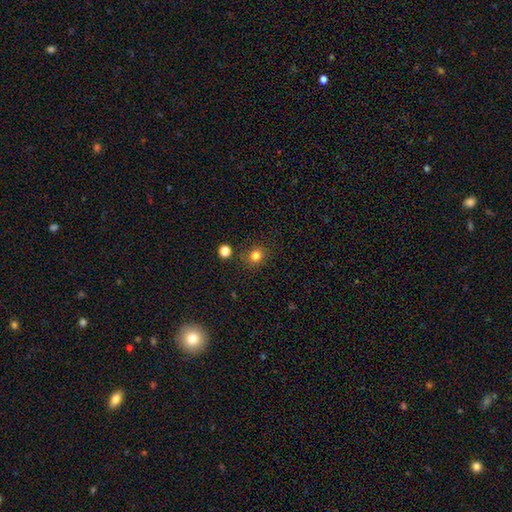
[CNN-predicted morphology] A smooth galaxy with no disk features (81%) that is round (82%).

Vote fractions:
- Smooth or featured? smooth: 81% / star or artifact: 13% / featured or disk: 5%
- How rounded? round: 82% / in between: 17% / cigar-shaped: 1%
- Merging? none: 83% / minor disturbance: 10% / merger: 4% / major disturbance: 3%